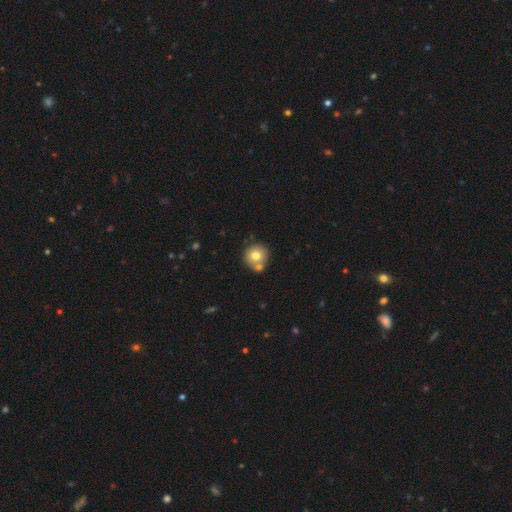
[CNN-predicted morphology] The model was most divided on "merging": none: 62%, merger: 26%, minor disturbance: 10%, major disturbance: 3%. More confident: how rounded — round (91%); smooth or featured — smooth (74%).